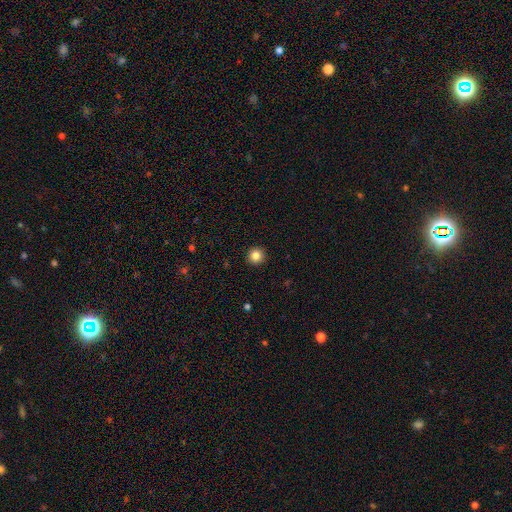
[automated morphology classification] Smooth or featured: smooth — 84% (star or artifact — 11%)
How rounded: round — 95% (in between — 4%)
Merging: none — 93% (minor disturbance — 4%)